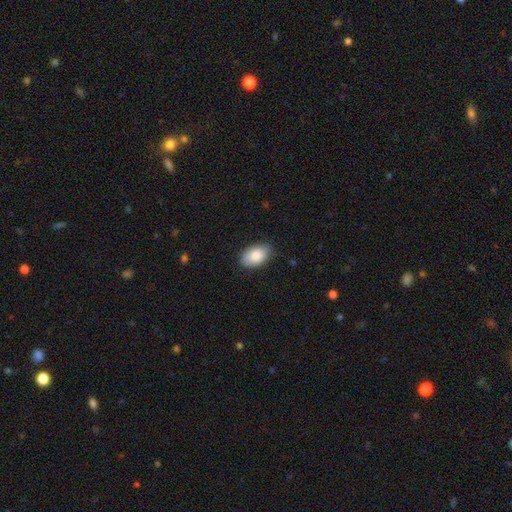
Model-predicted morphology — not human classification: Smooth or featured?
  - smooth: 87% *
  - featured or disk: 7%
  - star or artifact: 6%
How rounded?
  - in between: 91% *
  - round: 8%
  - cigar-shaped: 1%
Merging?
  - none: 82% *
  - minor disturbance: 15%
  - major disturbance: 2%
  - merger: 1%